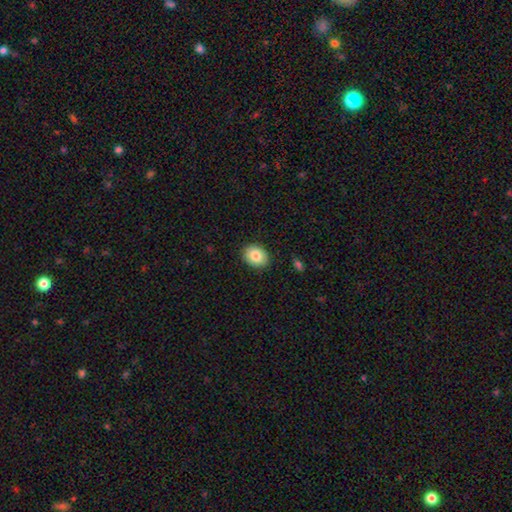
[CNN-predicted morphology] Smooth or featured?
  - smooth: 83% *
  - featured or disk: 9%
  - star or artifact: 8%
How rounded?
  - in between: 55% *
  - round: 44%
  - cigar-shaped: 1%
Merging?
  - none: 89% *
  - minor disturbance: 8%
  - major disturbance: 2%
  - merger: 1%